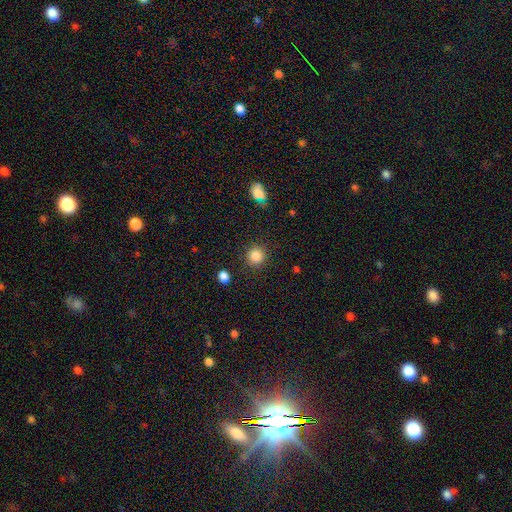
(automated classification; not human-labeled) A smooth galaxy with no disk features (86%) that is round (91%).

Vote fractions:
- Smooth or featured? smooth: 86% / star or artifact: 11% / featured or disk: 4%
- How rounded? round: 91% / in between: 8% / cigar-shaped: 1%
- Merging? none: 88% / minor disturbance: 7% / major disturbance: 3% / merger: 2%